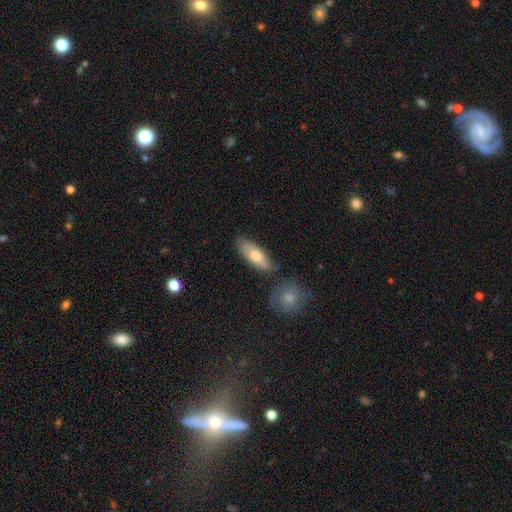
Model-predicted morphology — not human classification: Smooth or featured? smooth (70%)
How rounded? in between (69%)
Merging? none (75%)